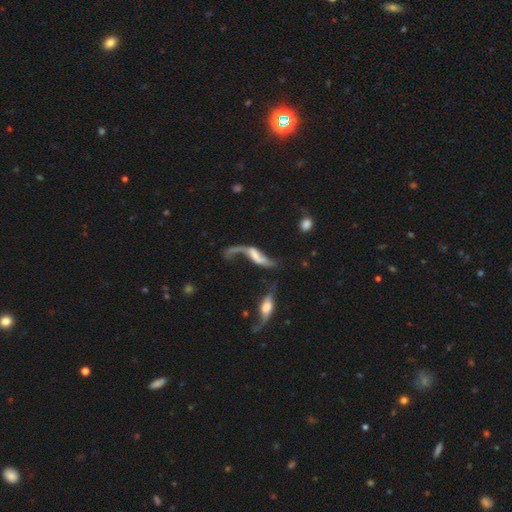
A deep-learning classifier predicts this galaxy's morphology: The model was most divided on "bar": weak: 37%, no: 36%, strong: 28%. Remaining: spiral winding — loose (93%); edge-on disk — no (84%); spiral arms — yes (84%); spiral arm count — 2 (81%); smooth or featured — featured or disk (76%); bulge size — none (40%); merging — none (33%).